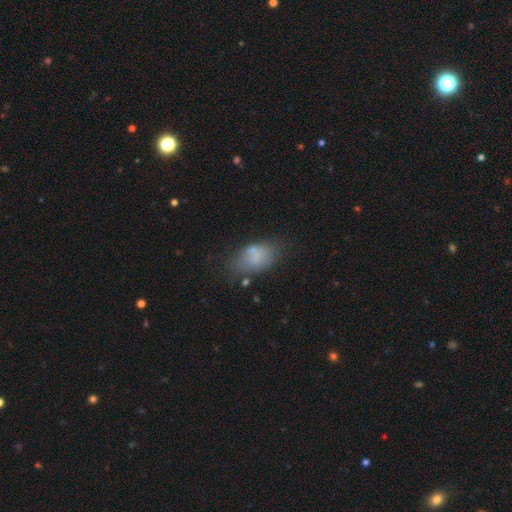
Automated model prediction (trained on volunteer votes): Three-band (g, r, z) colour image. It shows a smooth galaxy with no disk features (68%) that is in between round and cigar-shaped (90%). Merging: none (51%).